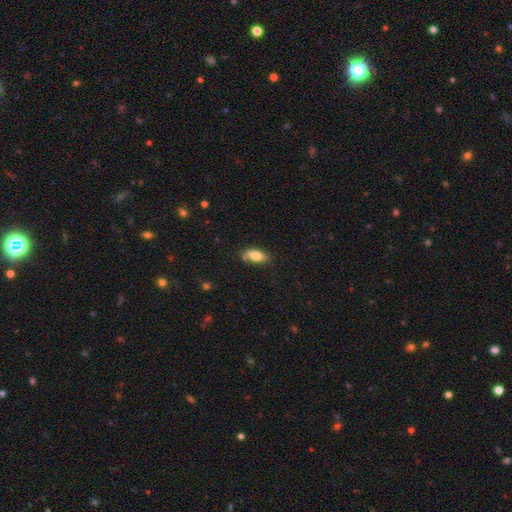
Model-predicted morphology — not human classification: Smooth or featured?
  - smooth: 74% *
  - featured or disk: 19%
  - star or artifact: 7%
How rounded?
  - in between: 82% *
  - cigar-shaped: 15%
  - round: 3%
Merging?
  - none: 72% *
  - minor disturbance: 19%
  - merger: 4%
  - major disturbance: 4%